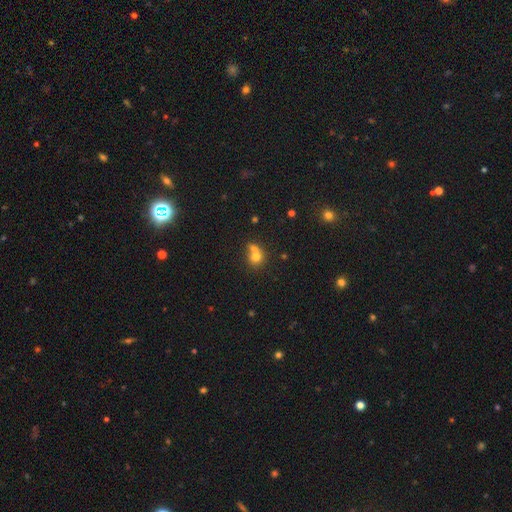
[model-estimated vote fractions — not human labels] Morphology: type=smooth (73%); roundness=round (79%); merging=merger (53%).